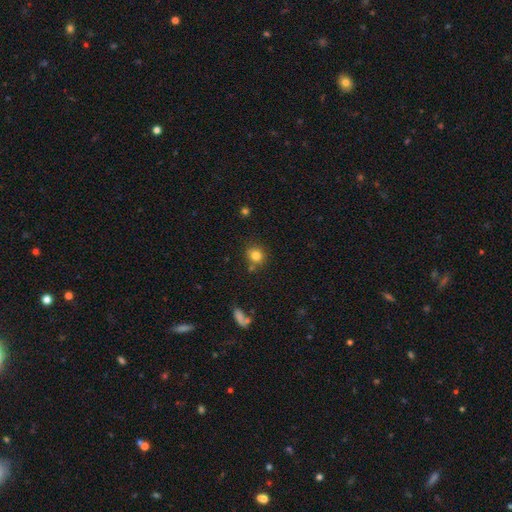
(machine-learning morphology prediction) type=smooth (81%); roundness=round (81%); merging=none (74%).